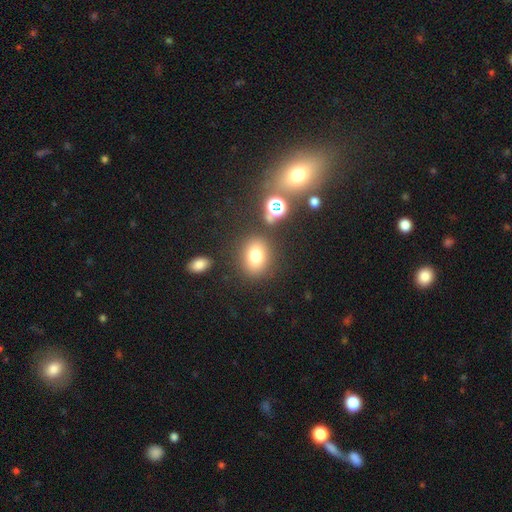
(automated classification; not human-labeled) Smooth or featured: smooth — 75% (star or artifact — 15%)
How rounded: in between — 53% (round — 45%)
Merging: none — 81% (minor disturbance — 10%)